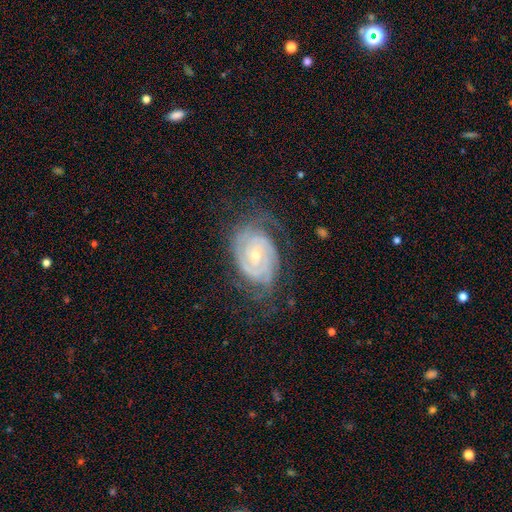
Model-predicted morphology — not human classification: smooth_or_featured: featured or disk (p=0.89) [alt: smooth p=0.06]
disk_edge_on: no (p=0.97) [alt: yes p=0.03]
bar: no (p=0.50) [alt: weak p=0.38]
has_spiral_arms: yes (p=0.98) [alt: no p=0.02]
spiral_winding: tight (p=0.75) [alt: medium p=0.21]
spiral_arm_count: 2 (p=0.39) [alt: 3 p=0.21]
bulge_size: small (p=0.63) [alt: moderate p=0.34]
merging: none (p=0.67) [alt: minor disturbance p=0.21]